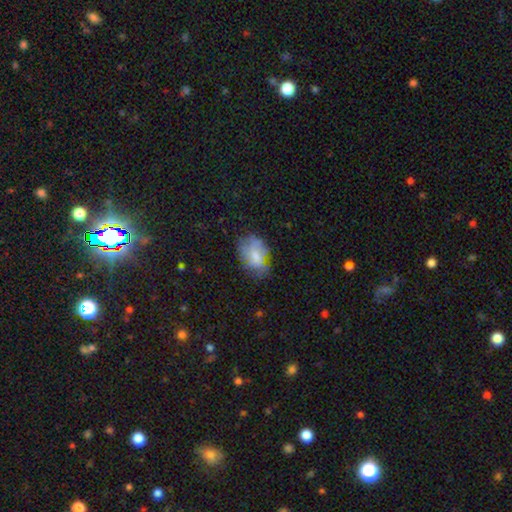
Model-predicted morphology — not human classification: This is likely a smooth galaxy (62%). How rounded: clearly in between (82%). Merging: possibly none (55%).